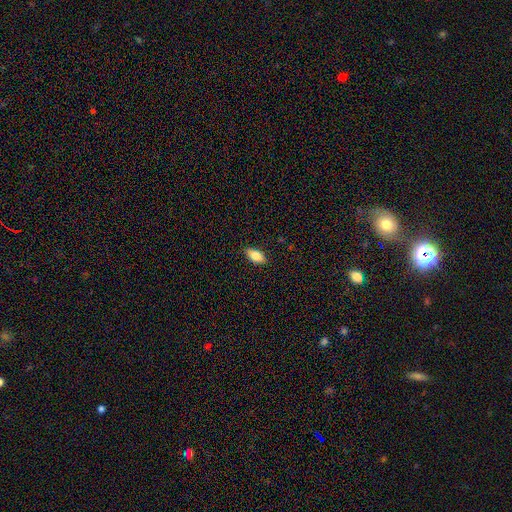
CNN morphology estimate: Smooth or featured? smooth (81%)
How rounded? in between (87%)
Merging? none (88%)